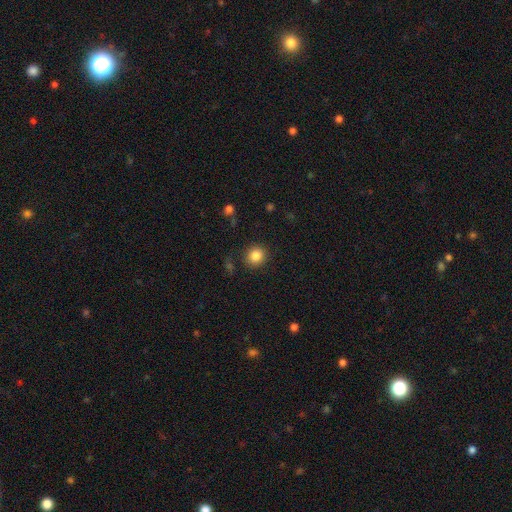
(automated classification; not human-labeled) smooth 85%, star or artifact 10%, featured or disk 5%. Down the decision tree: how rounded — round (83%); merging — none (87%).